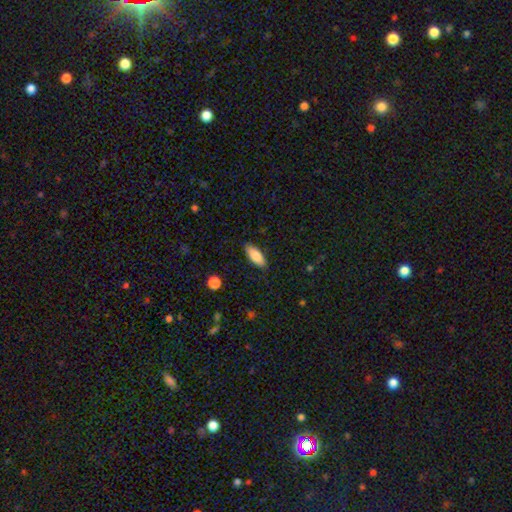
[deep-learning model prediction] smooth 81%, featured or disk 13%, star or artifact 7%. Down the decision tree: how rounded — in between (75%); merging — none (86%).